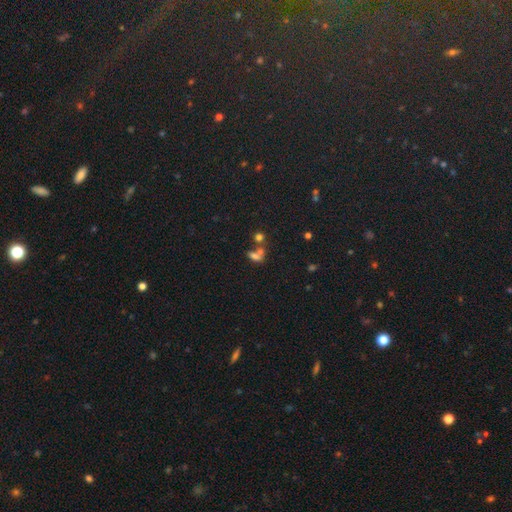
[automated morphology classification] Smooth or featured: smooth — 63% (star or artifact — 20%)
How rounded: in between — 65% (round — 29%)
Merging: merger — 51% (none — 32%)